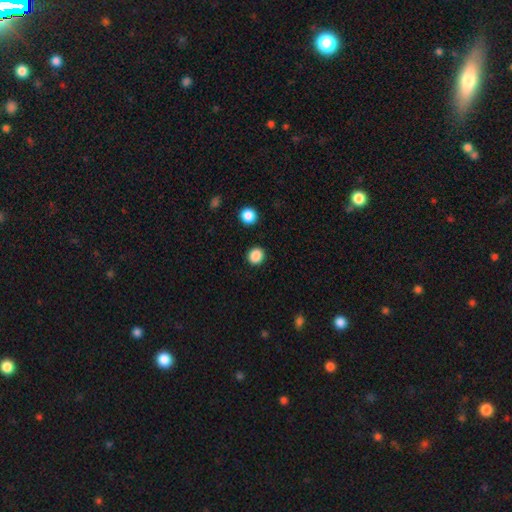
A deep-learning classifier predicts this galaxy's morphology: Overall: smooth (87%). How rounded: round (83%). Merging: none (91%).